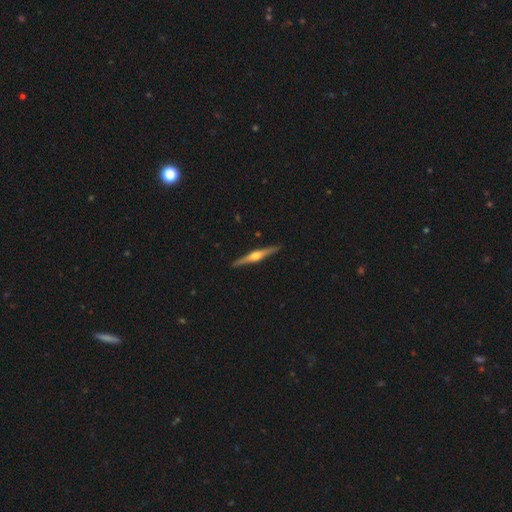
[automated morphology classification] featured or disk 79%, smooth 16%, star or artifact 5%. Down the decision tree: edge-on disk — yes (98%); edge-on bulge — rounded (94%); merging — none (92%).